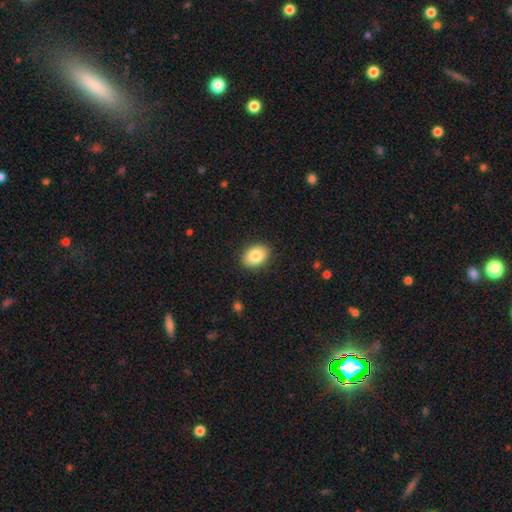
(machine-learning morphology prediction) smooth 84%, featured or disk 8%, star or artifact 8%. Down the decision tree: how rounded — in between (75%); merging — none (88%).